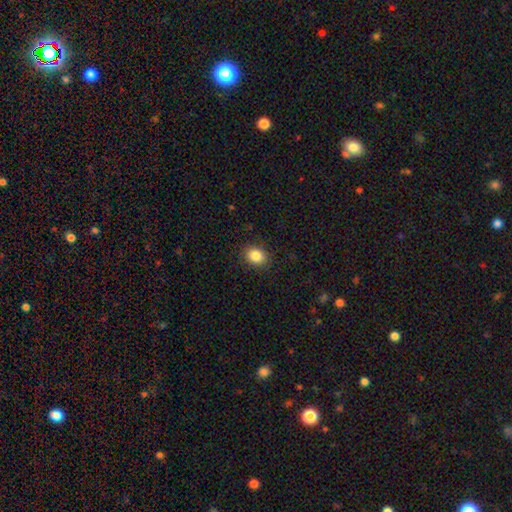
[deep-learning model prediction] Smooth or featured?
  - smooth: 86% *
  - star or artifact: 9%
  - featured or disk: 5%
How rounded?
  - in between: 50% *
  - round: 49%
  - cigar-shaped: 1%
Merging?
  - none: 88% *
  - minor disturbance: 8%
  - major disturbance: 2%
  - merger: 1%